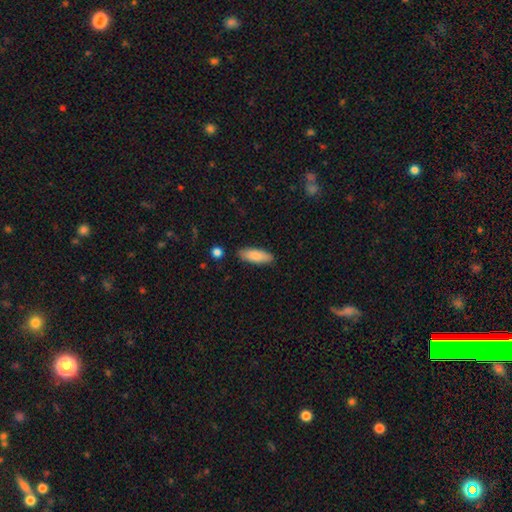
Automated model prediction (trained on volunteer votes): smooth 86%, featured or disk 8%, star or artifact 6%. Down the decision tree: how rounded — in between (64%); merging — none (87%).